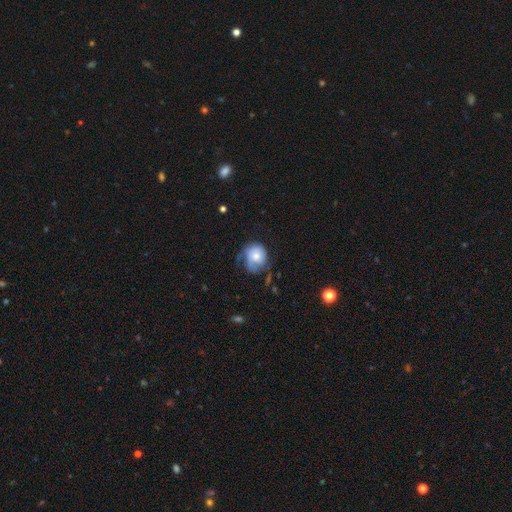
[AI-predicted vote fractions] smooth 54%, featured or disk 38%, star or artifact 8%. Down the decision tree: how rounded — round (72%); merging — none (42%).